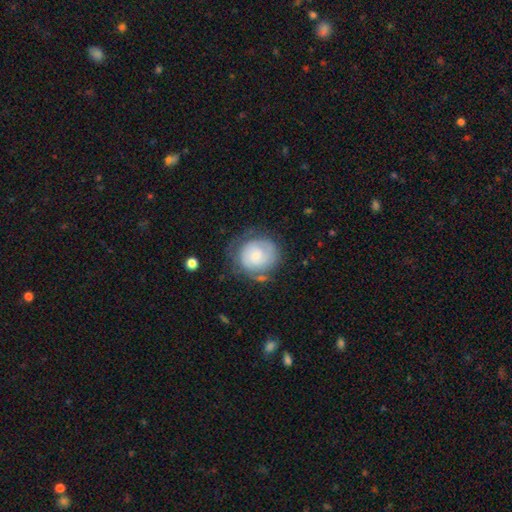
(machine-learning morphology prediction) Smooth or featured: featured or disk — 52% (smooth — 41%)
Edge-on disk: no — 98% (yes — 2%)
Bar: no — 74% (weak — 23%)
Spiral arms: yes — 76% (no — 24%)
Bulge size: small — 54% (moderate — 32%)
Merging: none — 58% (minor disturbance — 24%)